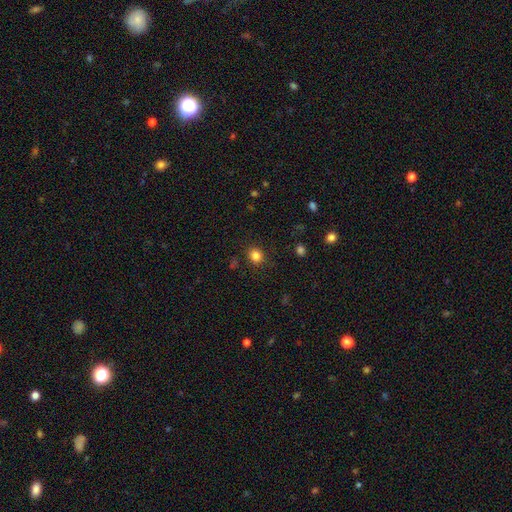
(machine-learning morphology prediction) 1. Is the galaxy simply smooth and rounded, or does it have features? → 84% smooth, 12% star or artifact, 4% featured or disk.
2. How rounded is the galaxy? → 82% round, 17% in between, 1% cigar-shaped.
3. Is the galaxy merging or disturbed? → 88% none, 8% minor disturbance, 3% major disturbance, 1% merger.